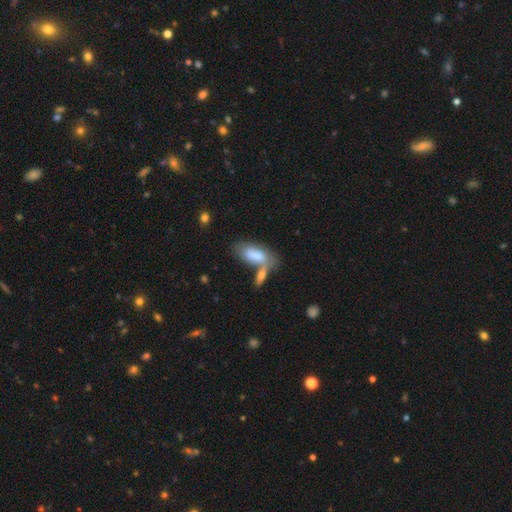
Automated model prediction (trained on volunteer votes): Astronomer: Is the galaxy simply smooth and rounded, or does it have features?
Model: smooth — 76%.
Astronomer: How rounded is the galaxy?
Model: in between — 85%.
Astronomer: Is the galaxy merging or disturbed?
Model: merger — 42% (runner-up: none, 35%).